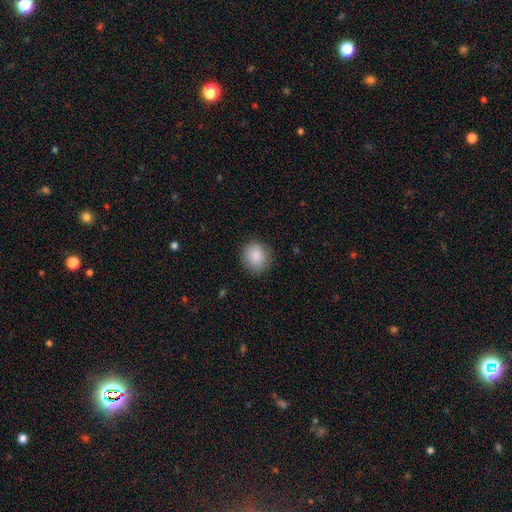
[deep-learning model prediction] The model was most divided on "how rounded": round: 85%, in between: 14%, cigar-shaped: 1%. More confident: smooth or featured — smooth (88%); merging — none (87%).